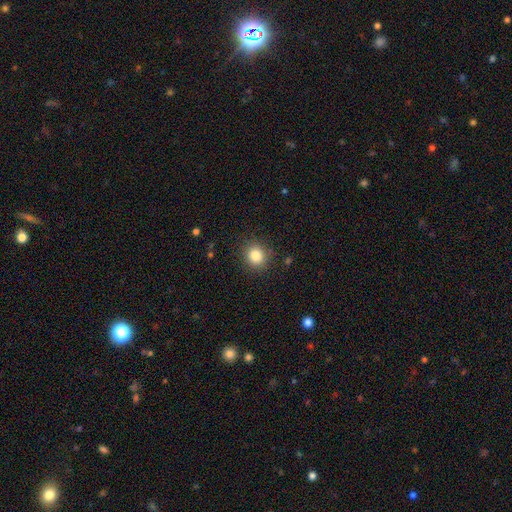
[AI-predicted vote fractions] smooth_or_featured: smooth (p=0.84) [alt: star or artifact p=0.11]
how_rounded: round (p=0.81) [alt: in between p=0.18]
merging: none (p=0.88) [alt: minor disturbance p=0.08]